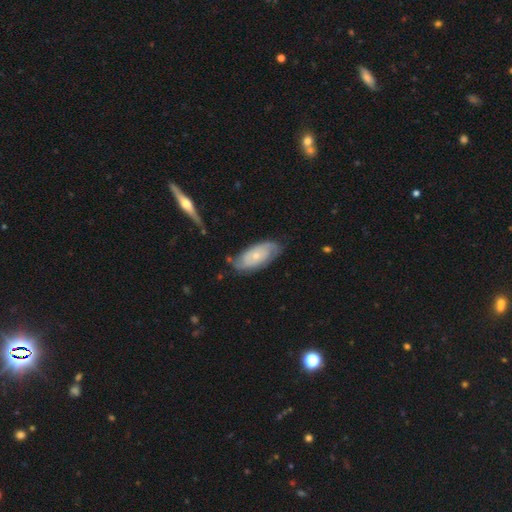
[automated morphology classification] smooth_or_featured: featured or disk (p=0.67) [alt: smooth p=0.27]
disk_edge_on: no (p=0.91) [alt: yes p=0.09]
bar: no (p=0.79) [alt: weak p=0.18]
has_spiral_arms: yes (p=0.87) [alt: no p=0.13]
spiral_winding: tight (p=0.57) [alt: medium p=0.31]
spiral_arm_count: 2 (p=0.57) [alt: can't tell p=0.28]
bulge_size: small (p=0.69) [alt: moderate p=0.26]
merging: none (p=0.71) [alt: minor disturbance p=0.21]